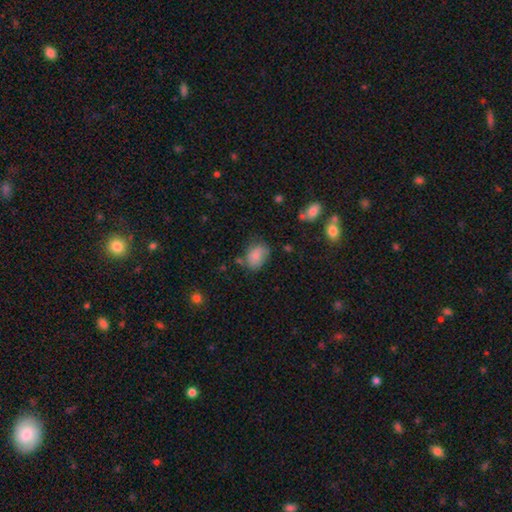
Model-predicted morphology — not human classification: Smooth or featured: smooth — 81% (featured or disk — 10%)
How rounded: in between — 76% (round — 23%)
Merging: none — 58% (minor disturbance — 29%)